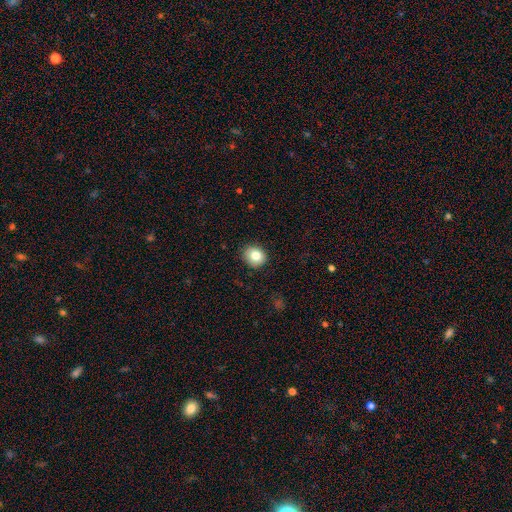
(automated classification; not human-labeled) This appears to be a smooth galaxy with no disk features (82%) that is round (74%). Merging: none (88%).